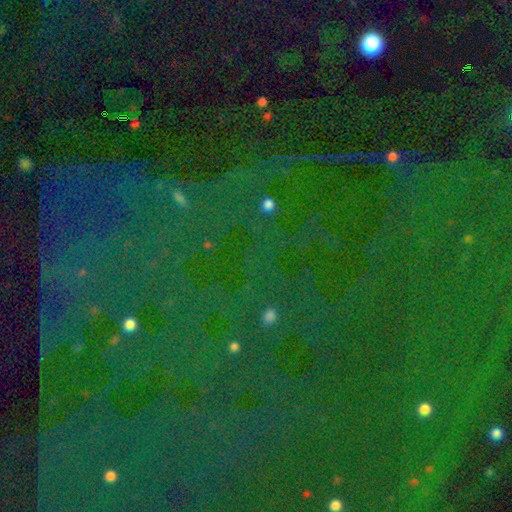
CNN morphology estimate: type=star or artifact (84%).